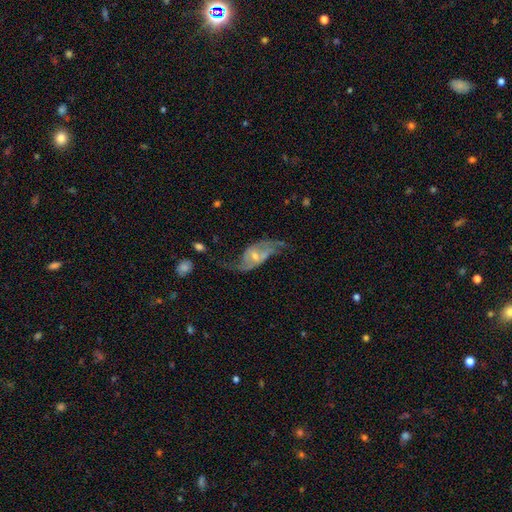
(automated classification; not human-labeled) Morphology: type=featured or disk (83%); edge-on=no (95%); bar=weak (47%); spiral arms=yes (92%); winding=loose (72%); arm count=2 (90%); bulge=small (47%, tied with moderate); merging=none (51%).